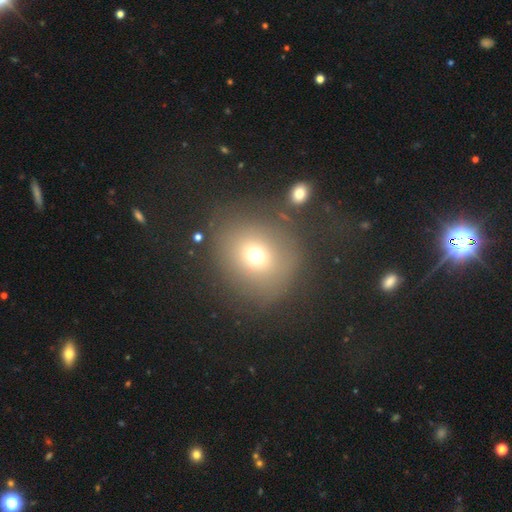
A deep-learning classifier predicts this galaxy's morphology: Overall: smooth (69%). How rounded: round (81%). Merging: none (72%).